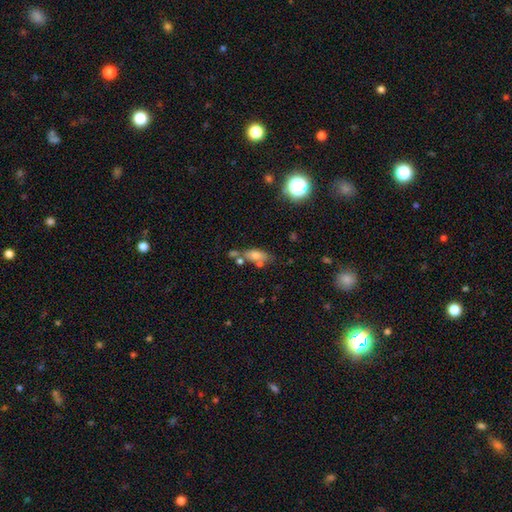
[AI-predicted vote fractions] Morphology: type=smooth (68%); roundness=in between (77%); merging=none (51%).